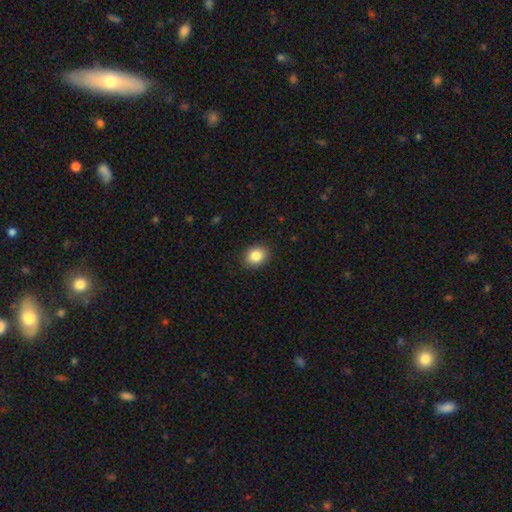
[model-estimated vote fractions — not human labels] Overall: smooth (84%). How rounded: round (51%; in between 48%). Merging: none (88%).